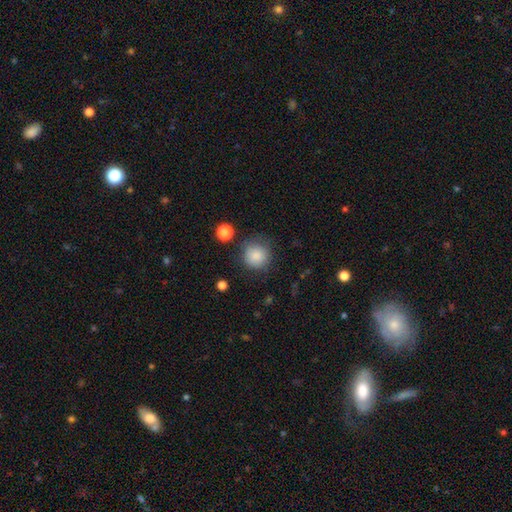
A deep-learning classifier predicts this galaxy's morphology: A smooth galaxy with no disk features (86%) that is round (92%). Merging: none (78%).